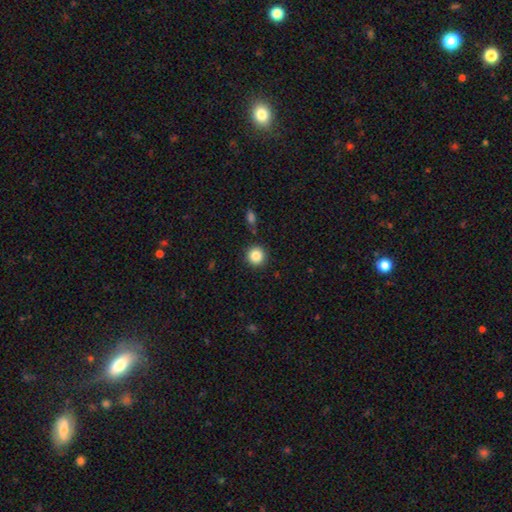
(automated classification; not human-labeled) smooth_or_featured: smooth (p=0.86) [alt: star or artifact p=0.10]
how_rounded: round (p=0.94) [alt: in between p=0.05]
merging: none (p=0.89) [alt: minor disturbance p=0.06]